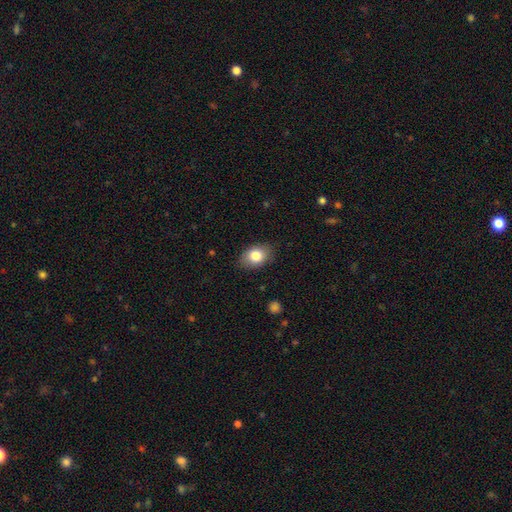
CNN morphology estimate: Overall: smooth (82%). How rounded: in between (80%). Merging: none (83%).